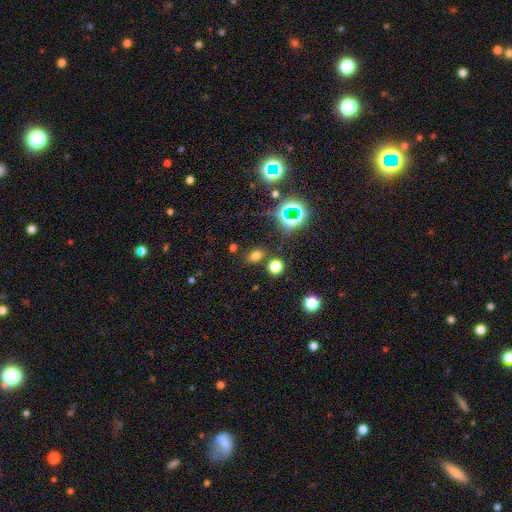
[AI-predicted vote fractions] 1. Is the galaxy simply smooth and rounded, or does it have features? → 65% smooth, 27% star or artifact, 8% featured or disk.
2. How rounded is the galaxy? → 60% in between, 38% round, 2% cigar-shaped.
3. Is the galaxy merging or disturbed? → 79% none, 10% minor disturbance, 7% merger, 4% major disturbance.